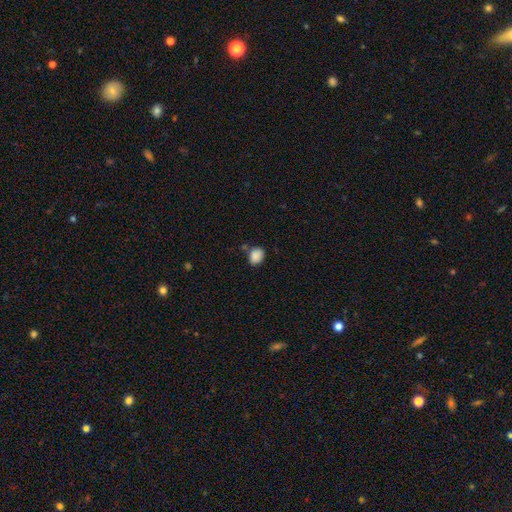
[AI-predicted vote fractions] A smooth galaxy with no disk features (87%) that is in between round and cigar-shaped (51%). Merging: none (66%).